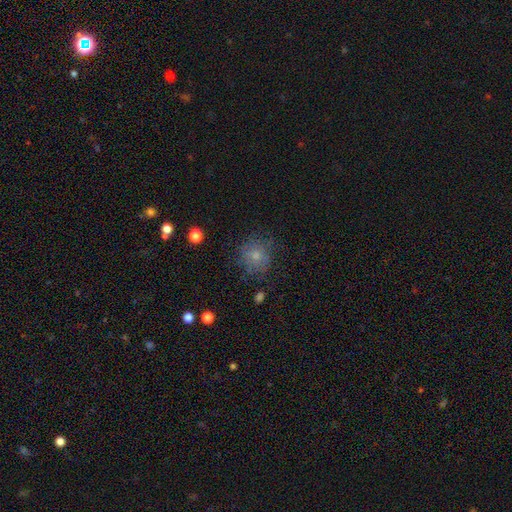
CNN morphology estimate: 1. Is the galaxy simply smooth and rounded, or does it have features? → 70% smooth, 17% featured or disk, 13% star or artifact.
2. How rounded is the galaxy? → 85% round, 14% in between, 1% cigar-shaped.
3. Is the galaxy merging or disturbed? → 70% none, 19% minor disturbance, 10% major disturbance, 2% merger.